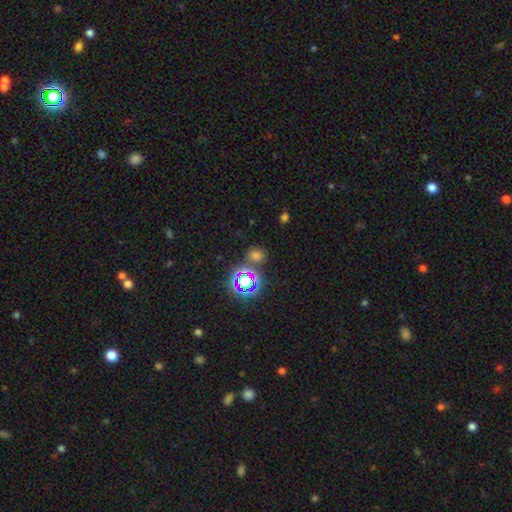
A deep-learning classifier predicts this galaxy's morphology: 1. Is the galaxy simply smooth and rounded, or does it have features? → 56% smooth, 37% star or artifact, 7% featured or disk.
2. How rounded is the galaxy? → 68% round, 31% in between, 1% cigar-shaped.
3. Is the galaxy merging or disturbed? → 71% none, 13% merger, 11% minor disturbance, 5% major disturbance.